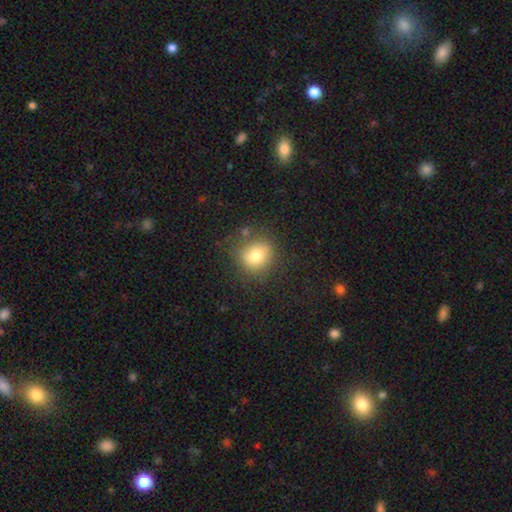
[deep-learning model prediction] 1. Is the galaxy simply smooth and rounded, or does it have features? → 77% smooth, 12% star or artifact, 11% featured or disk.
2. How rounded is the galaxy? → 78% round, 21% in between, 1% cigar-shaped.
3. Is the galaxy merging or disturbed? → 73% none, 17% minor disturbance, 7% major disturbance, 4% merger.